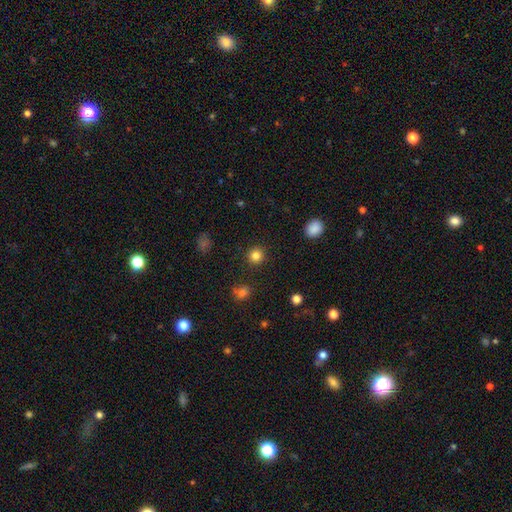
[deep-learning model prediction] Overall: smooth (83%). How rounded: round (93%). Merging: none (91%).